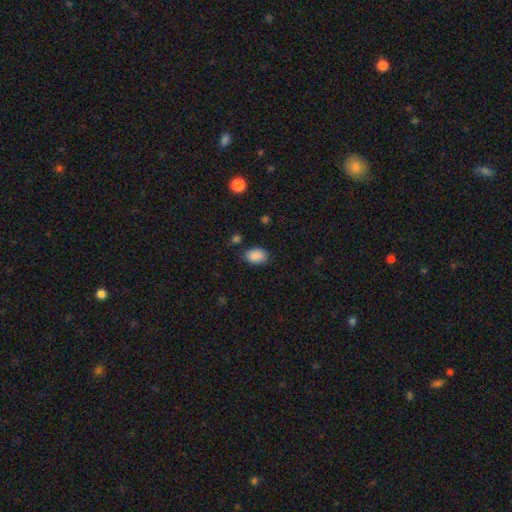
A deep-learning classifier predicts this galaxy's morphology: type=smooth (88%); roundness=in between (83%); merging=none (77%).